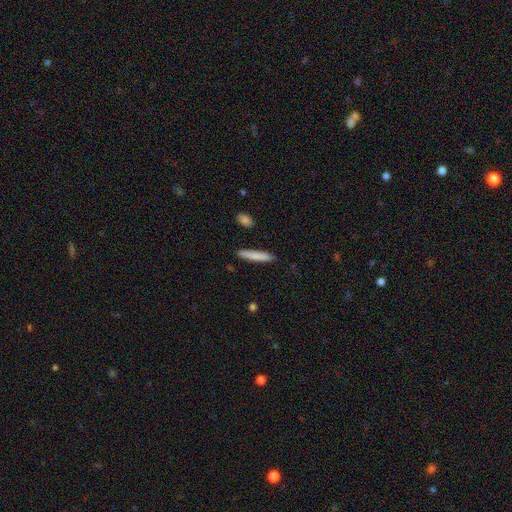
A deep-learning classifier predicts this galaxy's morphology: Smooth or featured? Predicted: smooth (p=0.81). How rounded? Predicted: cigar-shaped (p=0.90). Merging? Predicted: none (p=0.89).